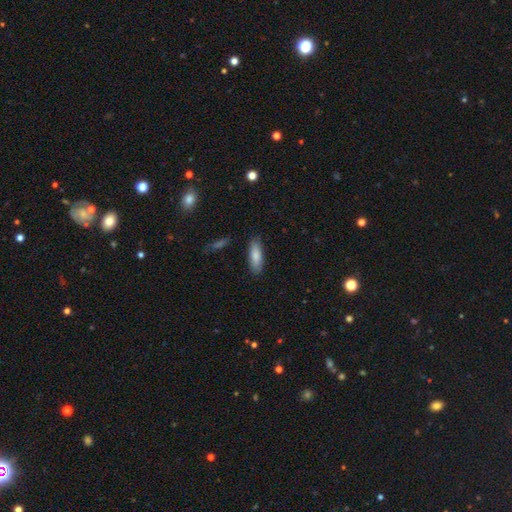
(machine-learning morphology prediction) This appears to be a smooth galaxy with no disk features (83%) that is in between round and cigar-shaped (57%). Merging: none (85%).